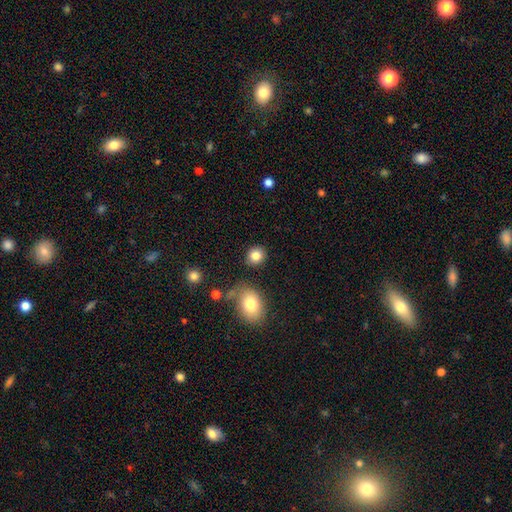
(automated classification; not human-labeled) Smooth or featured? Predicted: smooth (p=0.84). How rounded? Predicted: round (p=0.74). Merging? Predicted: none (p=0.84).